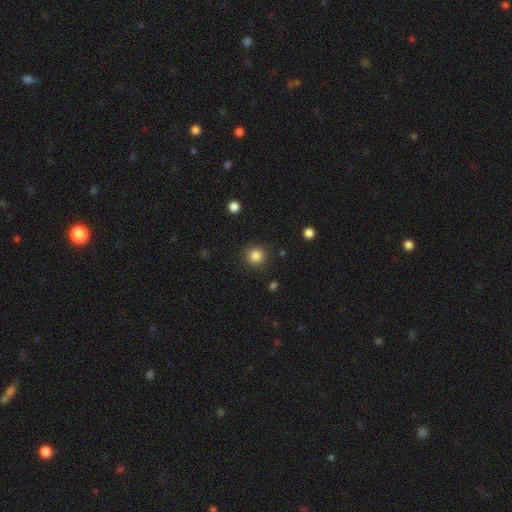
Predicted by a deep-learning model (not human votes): smooth_or_featured: smooth (p=0.85) [alt: star or artifact p=0.11]
how_rounded: round (p=0.95) [alt: in between p=0.04]
merging: none (p=0.90) [alt: minor disturbance p=0.06]